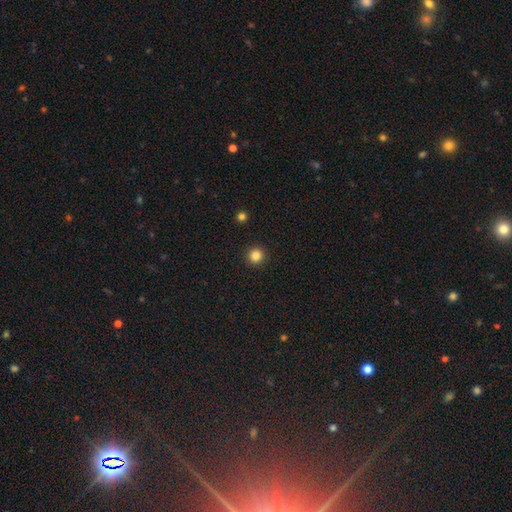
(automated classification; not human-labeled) Smooth or featured?
  - smooth: 84% *
  - star or artifact: 12%
  - featured or disk: 4%
How rounded?
  - round: 96% *
  - in between: 3%
  - cigar-shaped: 1%
Merging?
  - none: 93% *
  - minor disturbance: 4%
  - major disturbance: 2%
  - merger: 1%